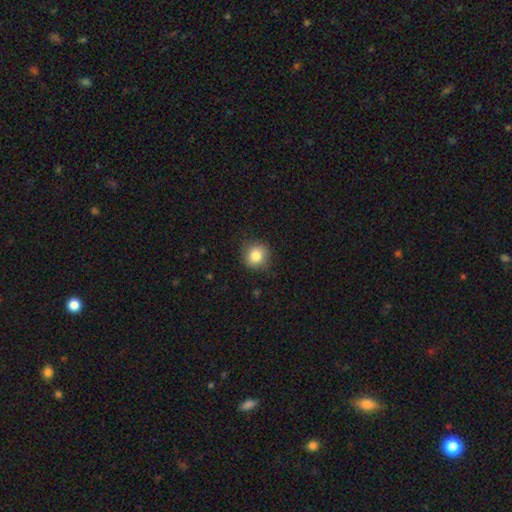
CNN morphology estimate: A smooth galaxy with no disk features (83%) that is round (88%). Merging: none (85%).